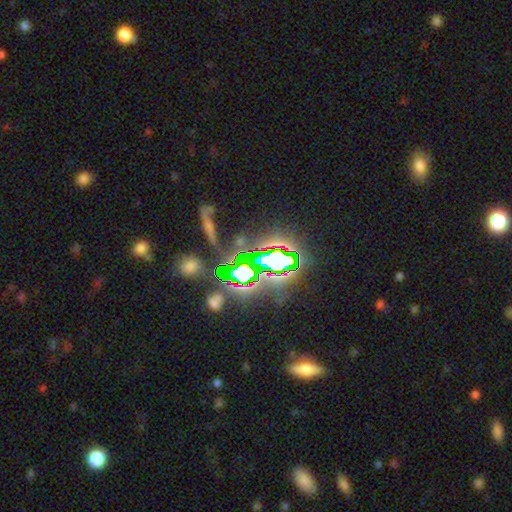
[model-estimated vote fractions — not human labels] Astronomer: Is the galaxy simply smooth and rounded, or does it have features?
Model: star or artifact — 81%.